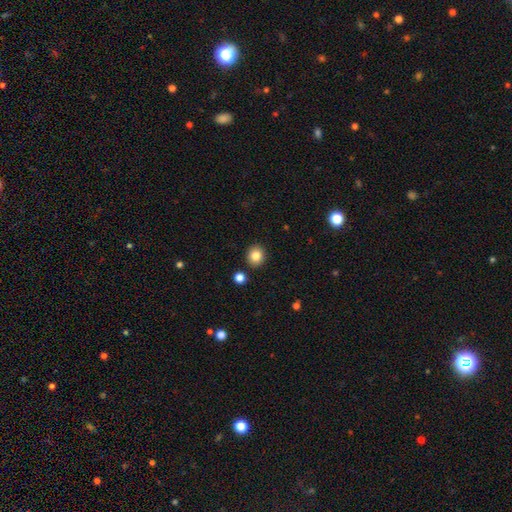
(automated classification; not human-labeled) Morphology: type=smooth (84%); roundness=round (85%); merging=none (89%).